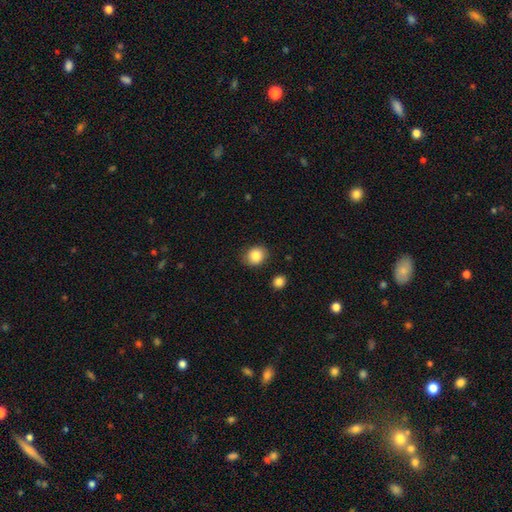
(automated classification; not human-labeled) smooth-or-featured: smooth: 86% | star or artifact: 9% | featured or disk: 6%
  how-rounded: round: 68% | in between: 32% | cigar-shaped: 1%
  merging: none: 86% | minor disturbance: 10% | major disturbance: 2% | merger: 2%